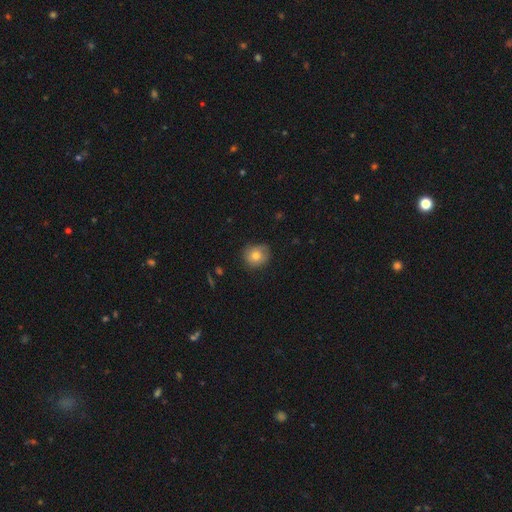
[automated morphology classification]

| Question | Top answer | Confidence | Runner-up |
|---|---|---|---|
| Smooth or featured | smooth | 77% | featured or disk (14%) |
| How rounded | round | 83% | in between (16%) |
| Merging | none | 74% | minor disturbance (21%) |